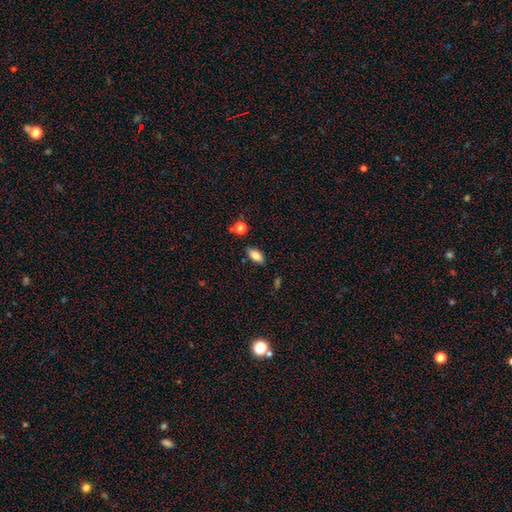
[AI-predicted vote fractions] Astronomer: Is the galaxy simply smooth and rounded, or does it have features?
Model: smooth — 83%.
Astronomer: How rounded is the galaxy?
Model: in between — 88%.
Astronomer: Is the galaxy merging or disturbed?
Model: none — 82%.